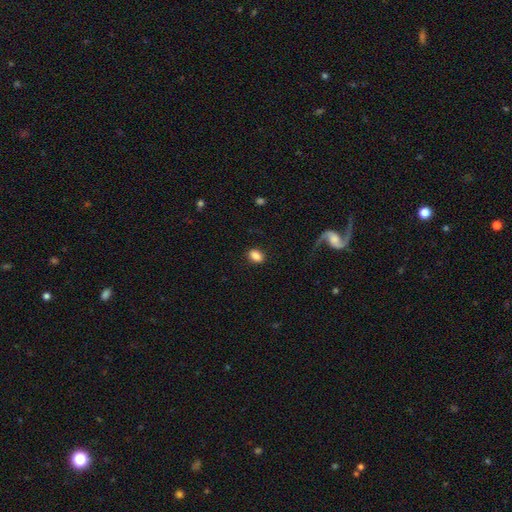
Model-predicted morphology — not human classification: smooth-or-featured: smooth: 85% | star or artifact: 8% | featured or disk: 6%
  how-rounded: in between: 79% | round: 19% | cigar-shaped: 2%
  merging: none: 86% | minor disturbance: 9% | major disturbance: 4% | merger: 1%